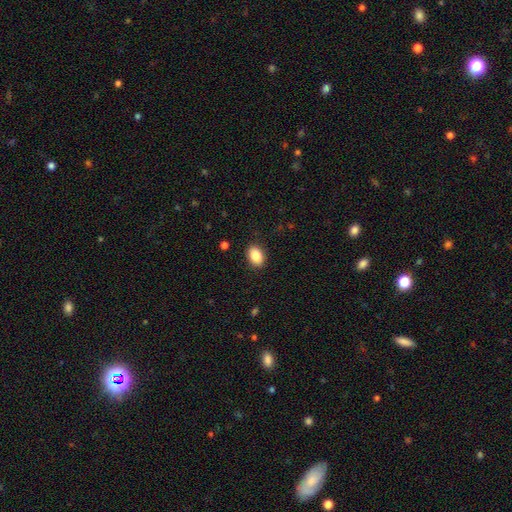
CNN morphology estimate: Overall: smooth (87%). How rounded: in between (85%). Merging: none (88%).